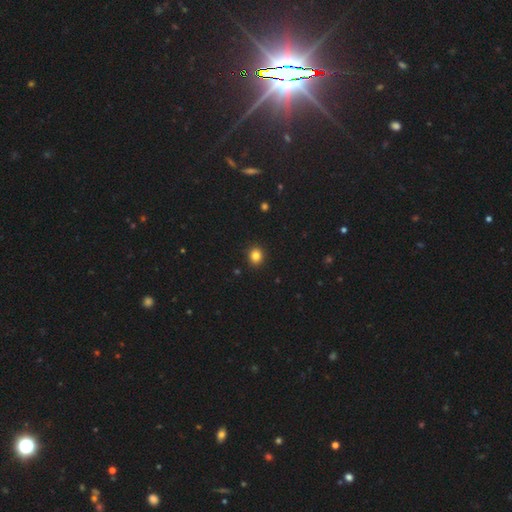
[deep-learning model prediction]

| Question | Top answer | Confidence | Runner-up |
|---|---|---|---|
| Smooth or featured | smooth | 83% | star or artifact (12%) |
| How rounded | round | 77% | in between (22%) |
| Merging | none | 92% | minor disturbance (6%) |